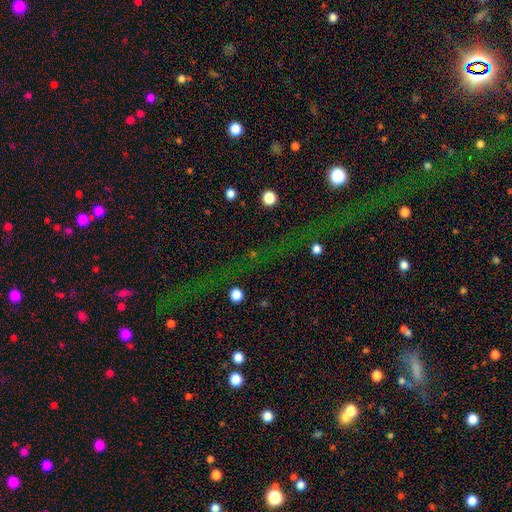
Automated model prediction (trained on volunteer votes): Smooth or featured? Predicted: star or artifact (p=0.69).